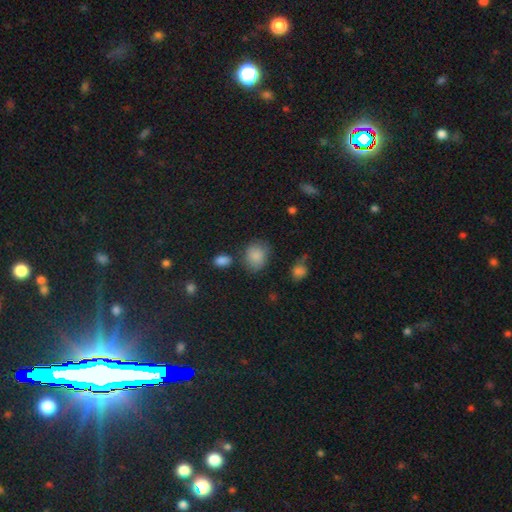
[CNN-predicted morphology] A smooth galaxy with no disk features (84%) that is round (57%).

Vote fractions:
- Smooth or featured? smooth: 84% / star or artifact: 9% / featured or disk: 6%
- How rounded? round: 57% / in between: 42% / cigar-shaped: 1%
- Merging? none: 67% / minor disturbance: 21% / major disturbance: 6% / merger: 6%